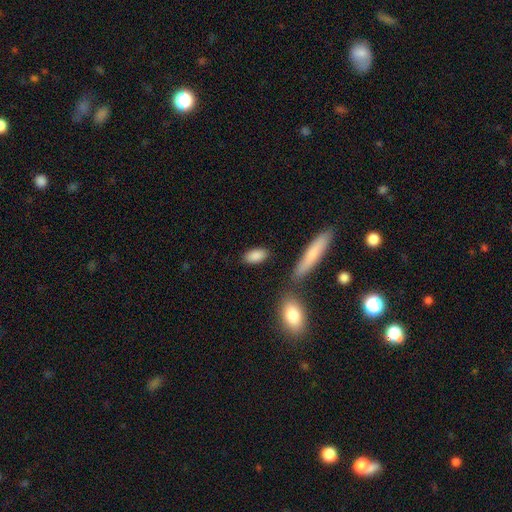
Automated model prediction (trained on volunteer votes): Q: Smooth or featured?
A: smooth (87%); runner-up: featured or disk (7%)
Q: How rounded?
A: in between (87%); runner-up: cigar-shaped (10%)
Q: Merging?
A: none (82%); runner-up: minor disturbance (11%)